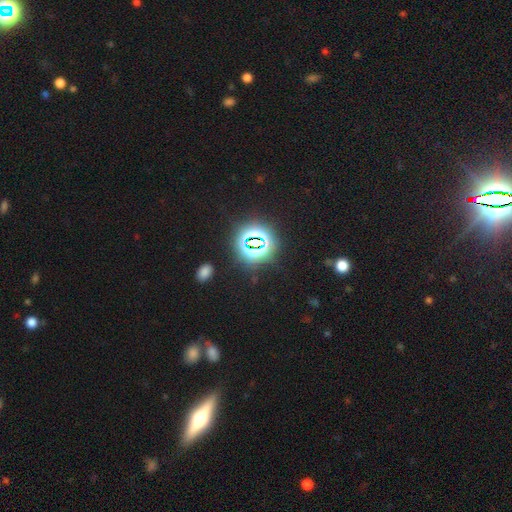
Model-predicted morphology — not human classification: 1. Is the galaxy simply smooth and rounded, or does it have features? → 71% star or artifact, 17% smooth, 12% featured or disk.